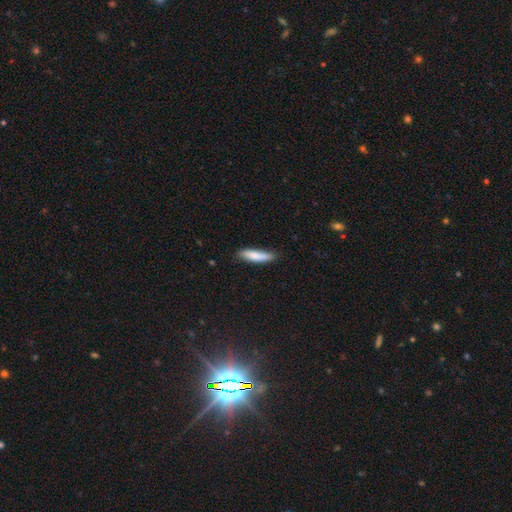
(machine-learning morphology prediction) A smooth galaxy with no disk features (81%) that is cigar-shaped (77%). Merging: none (82%).